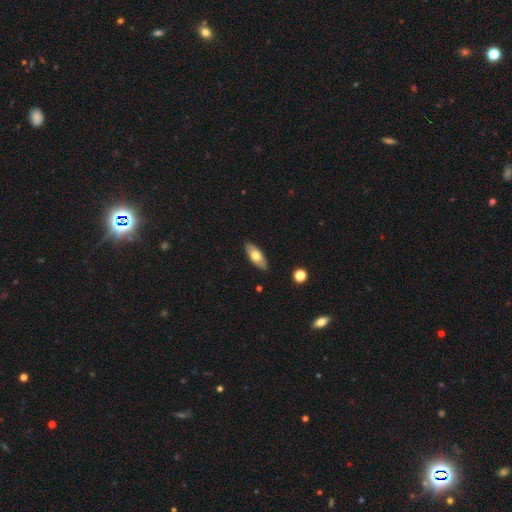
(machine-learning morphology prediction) A smooth galaxy with no disk features (64%) that is in between round and cigar-shaped (81%). Merging: none (87%).